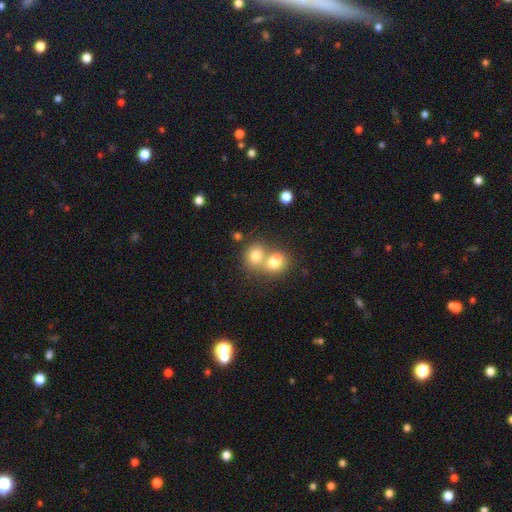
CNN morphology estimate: Smooth or featured: smooth — 77% (featured or disk — 12%)
How rounded: round — 64% (in between — 35%)
Merging: merger — 60% (none — 29%)